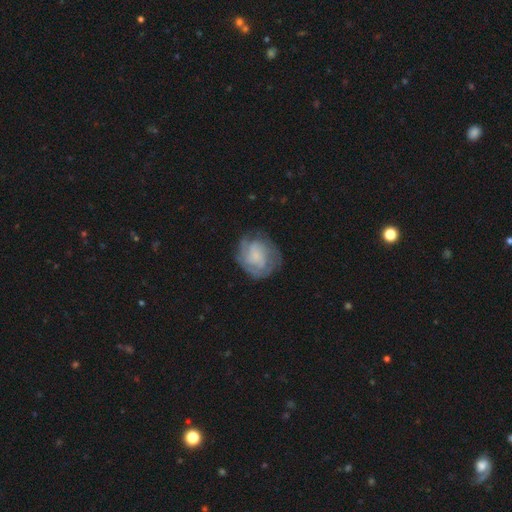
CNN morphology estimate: The model was most divided on "bulge size" (2-way tie): small: 36%, none: 36%, moderate: 16%, large: 9%, dominant: 2%. More confident: edge-on disk — no (98%); spiral arms — yes (78%); bar — no (74%); merging — none (65%); smooth or featured — featured or disk (61%).